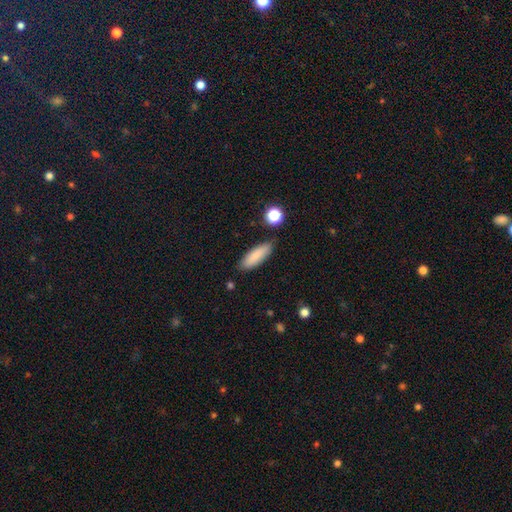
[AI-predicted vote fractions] A smooth galaxy with no disk features (85%) that is in between round and cigar-shaped (53%).

Vote fractions:
- Smooth or featured? smooth: 85% / featured or disk: 8% / star or artifact: 7%
- How rounded? in between: 53% / cigar-shaped: 45% / round: 2%
- Merging? none: 83% / minor disturbance: 11% / merger: 3% / major disturbance: 3%